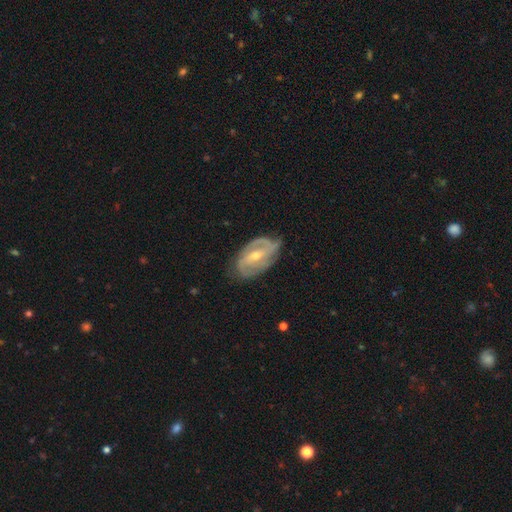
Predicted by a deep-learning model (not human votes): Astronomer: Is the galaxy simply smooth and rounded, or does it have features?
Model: featured or disk — 85%.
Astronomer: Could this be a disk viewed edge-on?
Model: no — 95%.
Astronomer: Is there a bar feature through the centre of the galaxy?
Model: weak — 45% (runner-up: strong, 33%).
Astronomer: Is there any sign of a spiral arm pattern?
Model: yes — 94%.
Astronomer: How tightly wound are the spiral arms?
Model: medium — 44% (runner-up: tight, 42%).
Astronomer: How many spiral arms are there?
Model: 2 — 67%.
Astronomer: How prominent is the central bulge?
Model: moderate — 51% (runner-up: small, 46%).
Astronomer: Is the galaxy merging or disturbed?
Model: none — 76%.